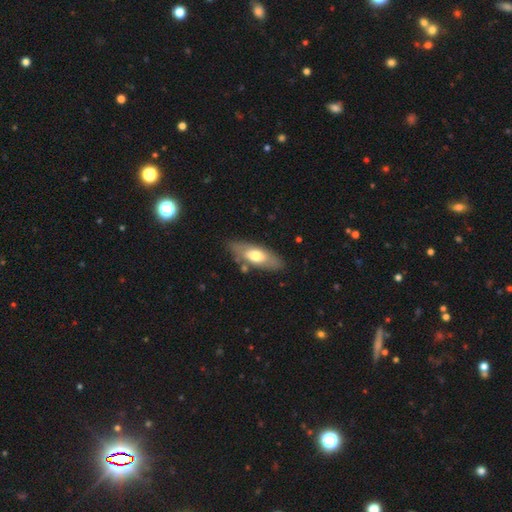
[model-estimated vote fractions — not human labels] Q: Smooth or featured?
A: smooth (57%); runner-up: featured or disk (38%)
Q: How rounded?
A: in between (75%); runner-up: cigar-shaped (22%)
Q: Merging?
A: none (78%); runner-up: minor disturbance (14%)